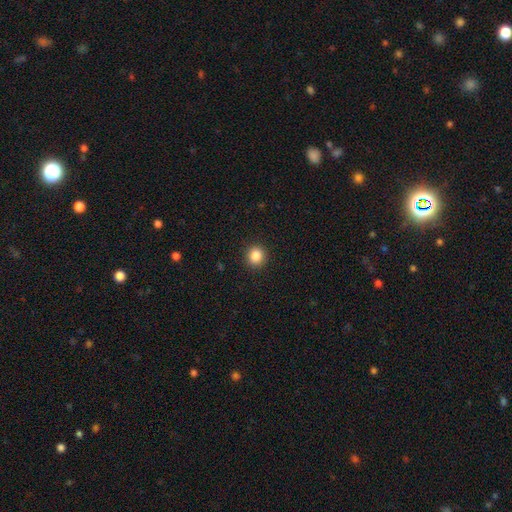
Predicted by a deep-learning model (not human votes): Morphology: type=smooth (86%); roundness=round (91%); merging=none (92%).